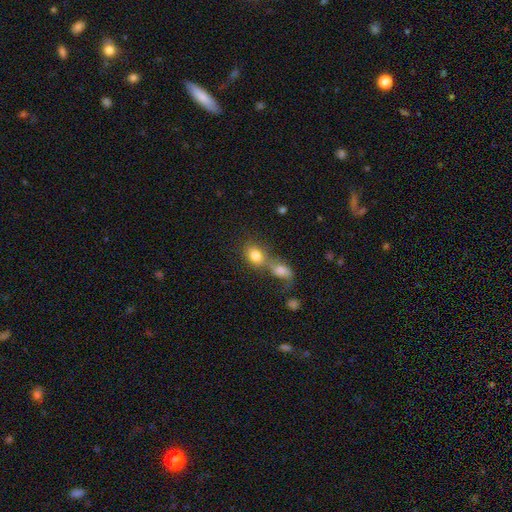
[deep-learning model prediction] Smooth or featured?
  - smooth: 80% *
  - featured or disk: 11%
  - star or artifact: 10%
How rounded?
  - in between: 63% *
  - round: 35%
  - cigar-shaped: 2%
Merging?
  - merger: 54% *
  - none: 31%
  - minor disturbance: 9%
  - major disturbance: 6%